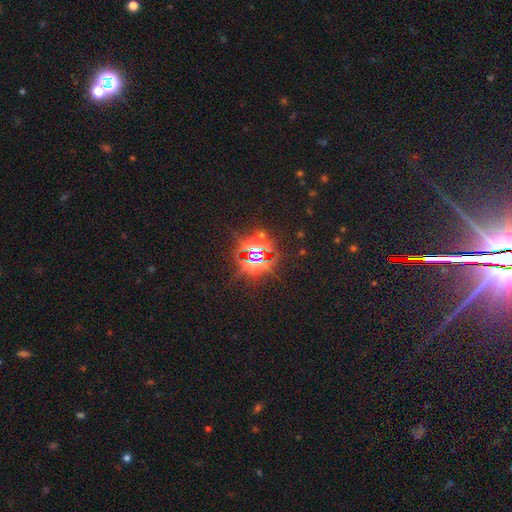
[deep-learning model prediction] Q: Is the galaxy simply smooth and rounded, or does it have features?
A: star or artifact — 84%.